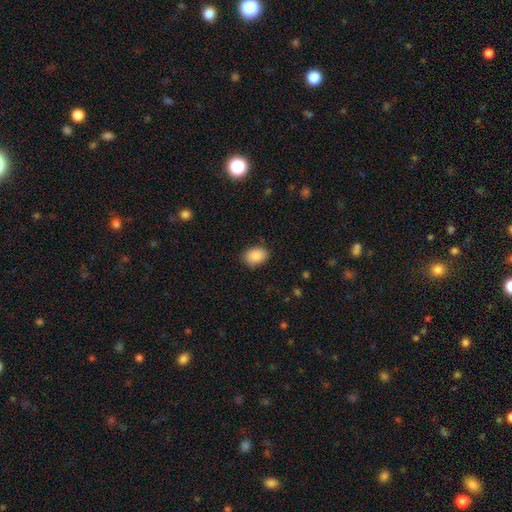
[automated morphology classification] Smooth or featured?
  - smooth: 89% *
  - star or artifact: 7%
  - featured or disk: 4%
How rounded?
  - in between: 76% *
  - round: 23%
  - cigar-shaped: 1%
Merging?
  - none: 83% *
  - minor disturbance: 13%
  - major disturbance: 3%
  - merger: 1%